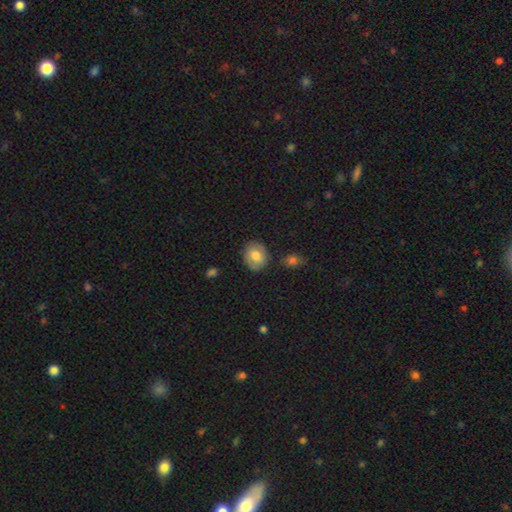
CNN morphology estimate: Smooth or featured: smooth — 70% (featured or disk — 23%)
How rounded: in between — 50% (round — 49%)
Merging: none — 82% (minor disturbance — 12%)